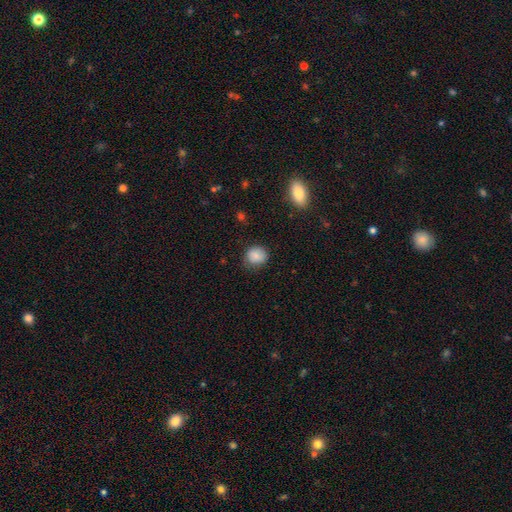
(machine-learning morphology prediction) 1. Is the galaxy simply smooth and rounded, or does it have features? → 85% smooth, 9% star or artifact, 6% featured or disk.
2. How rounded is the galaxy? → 74% round, 25% in between, 1% cigar-shaped.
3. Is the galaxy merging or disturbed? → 71% none, 22% minor disturbance, 5% major disturbance, 1% merger.